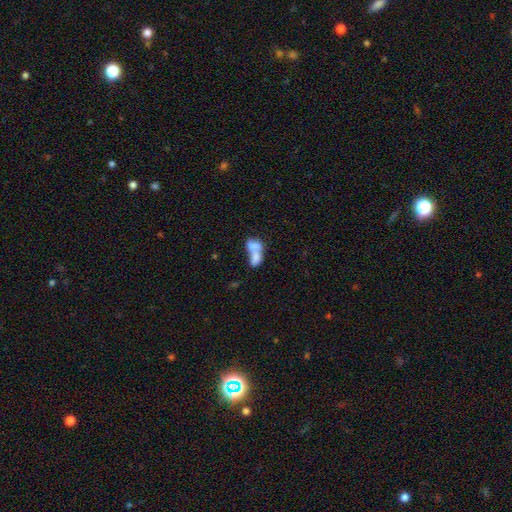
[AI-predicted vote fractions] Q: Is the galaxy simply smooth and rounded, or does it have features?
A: smooth — 63%.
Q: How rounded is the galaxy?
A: in between — 82%.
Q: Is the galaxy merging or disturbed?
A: merger — 74%.